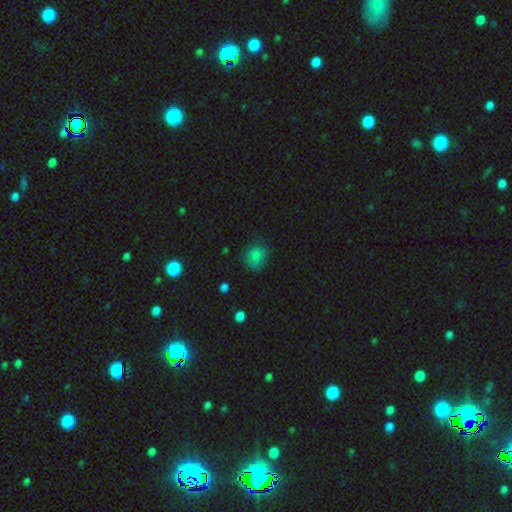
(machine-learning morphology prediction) Smooth or featured? smooth (79%)
How rounded? round (70%)
Merging? none (67%)